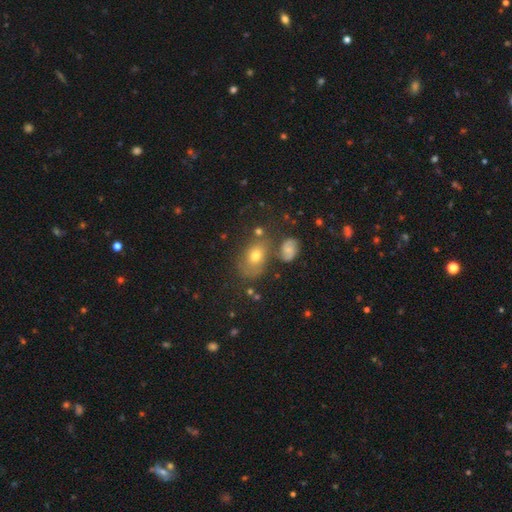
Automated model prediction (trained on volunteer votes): Smooth or featured: smooth — 58% (featured or disk — 28%)
How rounded: in between — 70% (round — 28%)
Merging: none — 53% (minor disturbance — 21%)